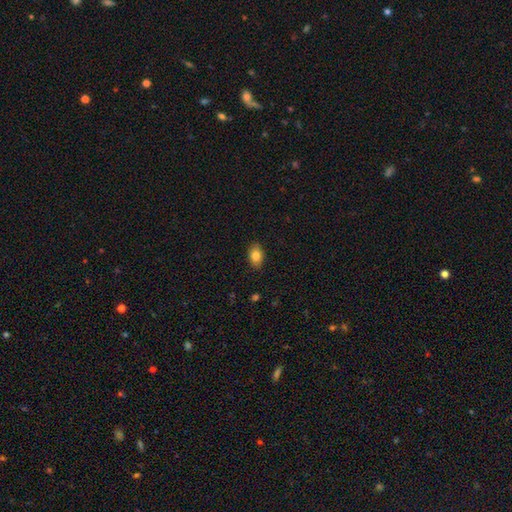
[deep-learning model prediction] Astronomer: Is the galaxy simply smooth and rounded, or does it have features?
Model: smooth — 82%.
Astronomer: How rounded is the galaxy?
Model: in between — 86%.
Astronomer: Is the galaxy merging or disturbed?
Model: none — 87%.